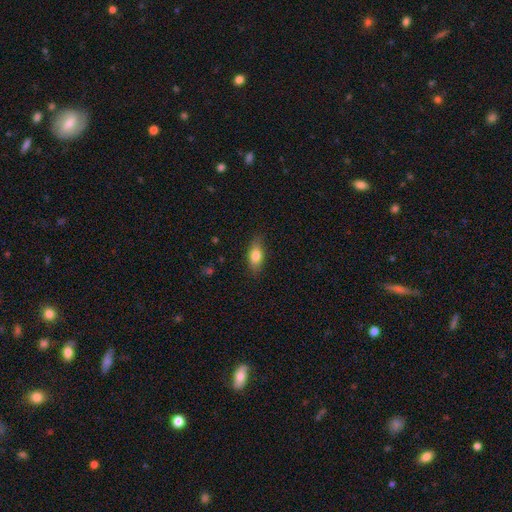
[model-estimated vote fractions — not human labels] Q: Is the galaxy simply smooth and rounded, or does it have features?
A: smooth — 80%.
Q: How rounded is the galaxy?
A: in between — 83%.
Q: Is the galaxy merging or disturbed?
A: none — 82%.